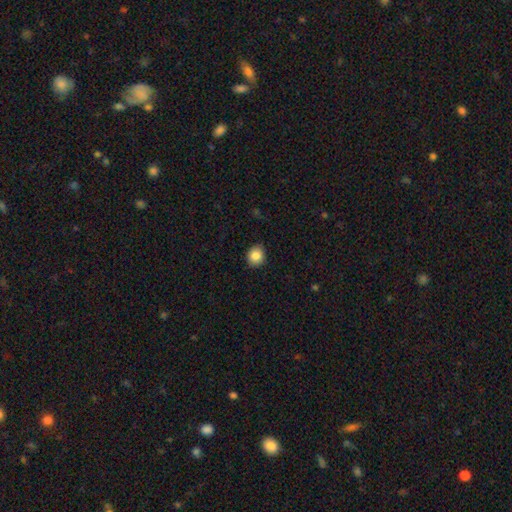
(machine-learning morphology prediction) Q: Smooth or featured?
A: smooth (85%); runner-up: star or artifact (9%)
Q: How rounded?
A: round (83%); runner-up: in between (16%)
Q: Merging?
A: none (87%); runner-up: minor disturbance (10%)